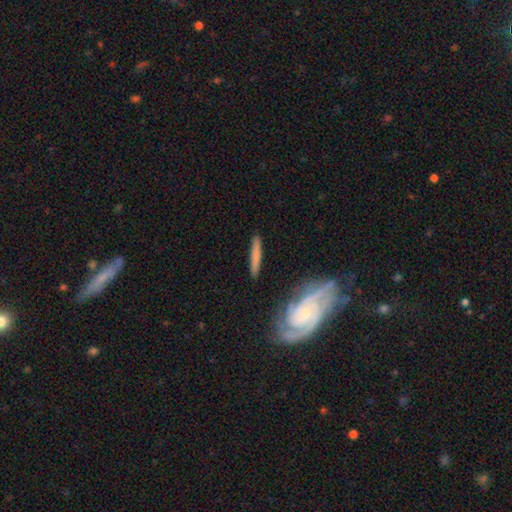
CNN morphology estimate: This is possibly a smooth galaxy (53%). How rounded: clearly cigar-shaped (92%). Merging: clearly none (83%).